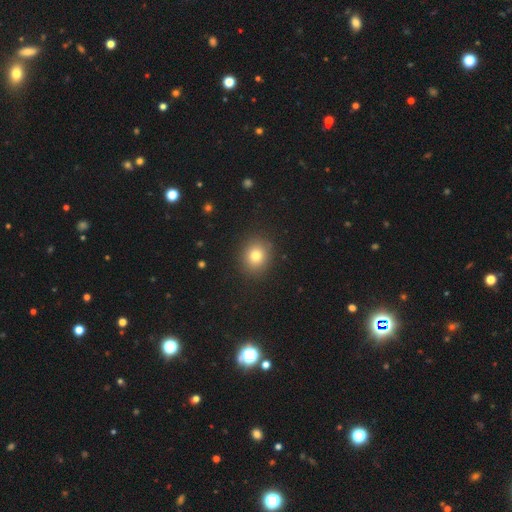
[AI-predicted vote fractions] Smooth or featured? Predicted: smooth (p=0.80). How rounded? Predicted: round (p=0.73). Merging? Predicted: none (p=0.89).